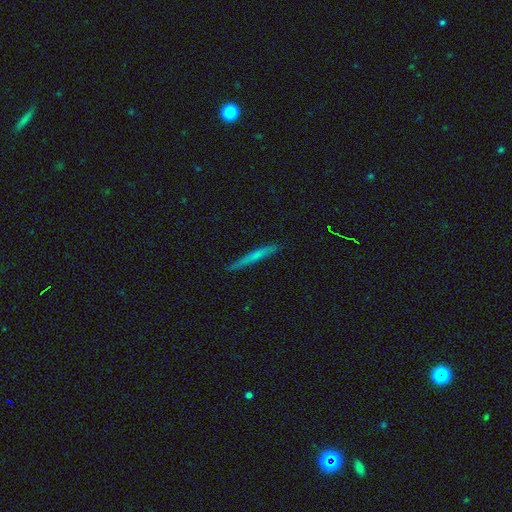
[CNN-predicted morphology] Smooth or featured?
  - smooth: 55% *
  - featured or disk: 37%
  - star or artifact: 8%
How rounded?
  - cigar-shaped: 96% *
  - in between: 3%
  - round: 2%
Merging?
  - none: 89% *
  - minor disturbance: 8%
  - major disturbance: 2%
  - merger: 1%